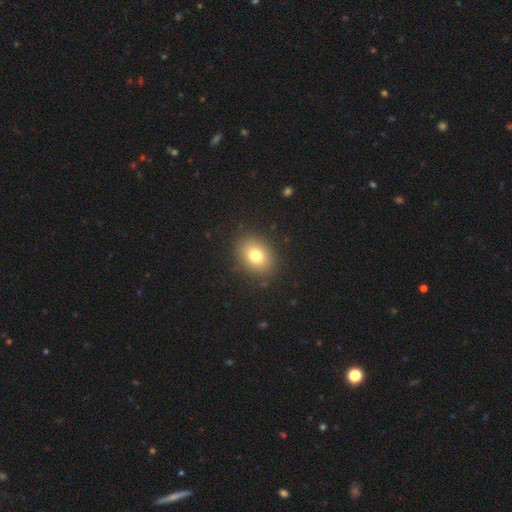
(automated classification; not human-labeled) smooth 77%, featured or disk 11%, star or artifact 11%. Down the decision tree: how rounded — in between (56%); merging — none (87%).